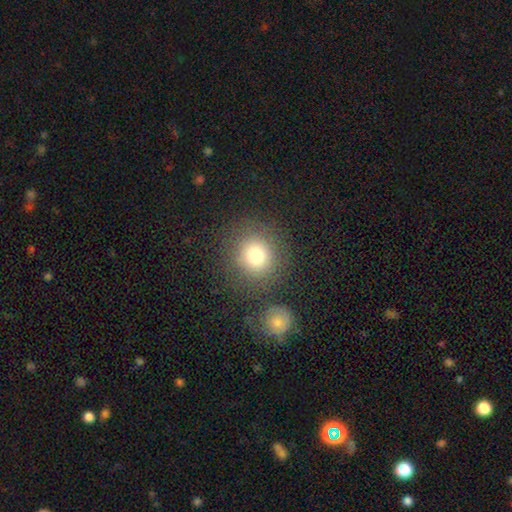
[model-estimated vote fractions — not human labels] smooth 78%, star or artifact 13%, featured or disk 10%. Down the decision tree: how rounded — round (90%); merging — none (81%).